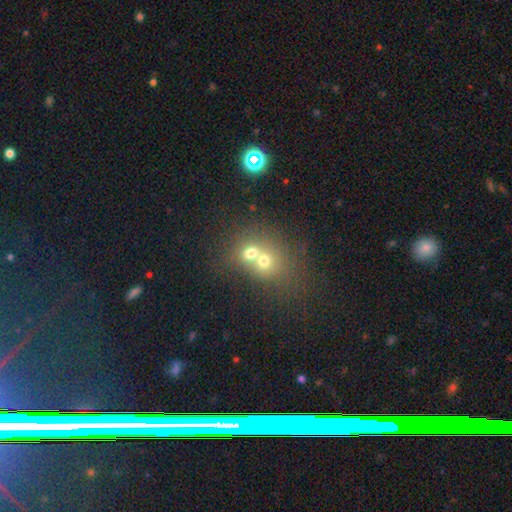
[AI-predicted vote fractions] Smooth or featured: smooth — 62% (featured or disk — 21%)
How rounded: round — 69% (in between — 30%)
Merging: merger — 66% (none — 25%)